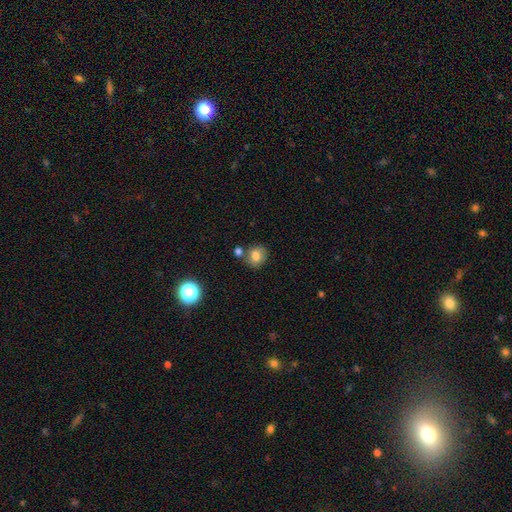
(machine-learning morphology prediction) type=smooth (77%); roundness=round (74%); merging=none (65%).